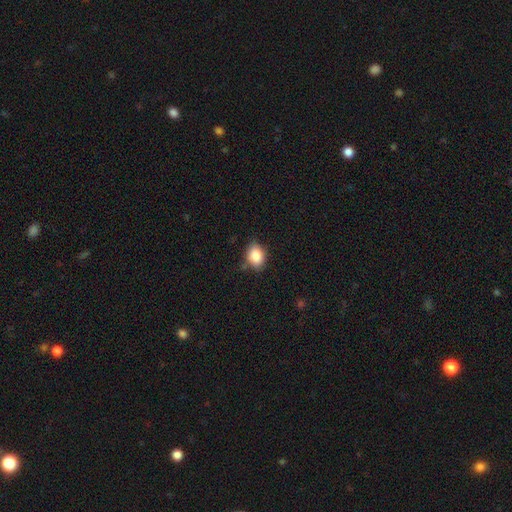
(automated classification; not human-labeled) Smooth or featured? Predicted: smooth (p=0.85). How rounded? Predicted: in between (p=0.66). Merging? Predicted: none (p=0.73).